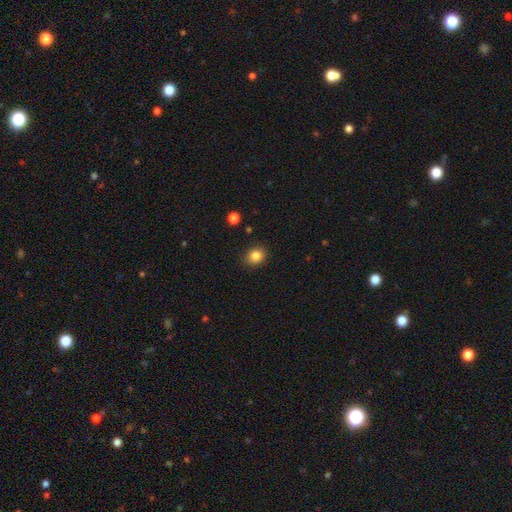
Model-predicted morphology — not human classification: smooth_or_featured: smooth (p=0.84) [alt: star or artifact p=0.11]
how_rounded: round (p=0.64) [alt: in between p=0.36]
merging: none (p=0.86) [alt: minor disturbance p=0.10]